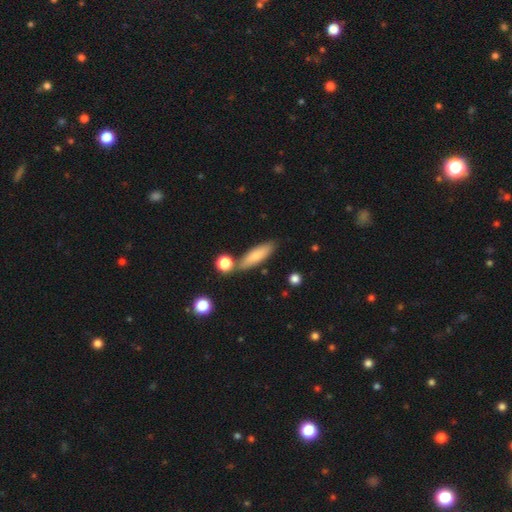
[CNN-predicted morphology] Overall: smooth (75%). How rounded: cigar-shaped (59%; in between 38%). Merging: none (72%).